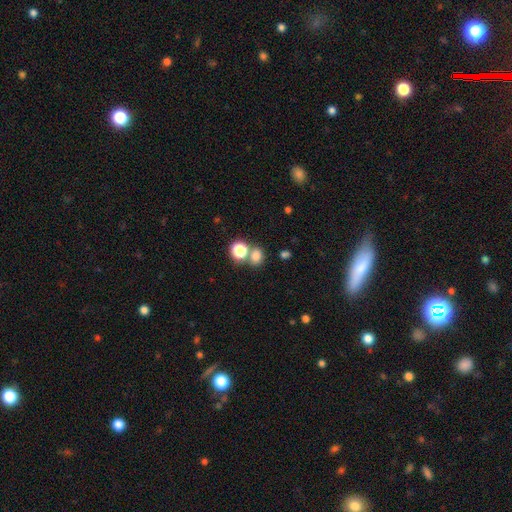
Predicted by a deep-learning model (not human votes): Q: Smooth or featured?
A: smooth (75%); runner-up: star or artifact (18%)
Q: How rounded?
A: round (53%); runner-up: in between (46%)
Q: Merging?
A: none (57%); runner-up: merger (29%)